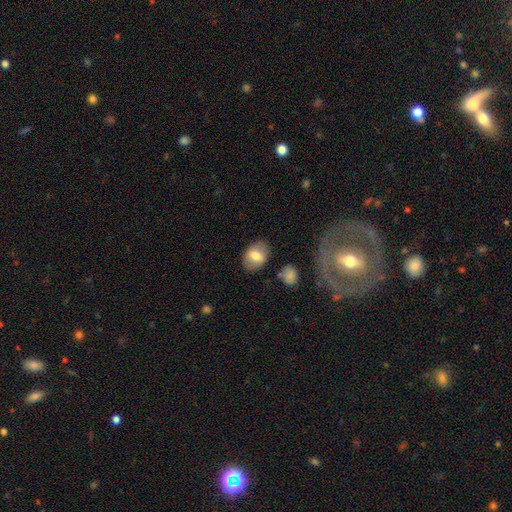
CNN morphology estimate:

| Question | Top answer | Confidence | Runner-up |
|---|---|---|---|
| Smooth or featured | smooth | 74% | featured or disk (19%) |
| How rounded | in between | 74% | round (25%) |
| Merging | none | 83% | minor disturbance (11%) |